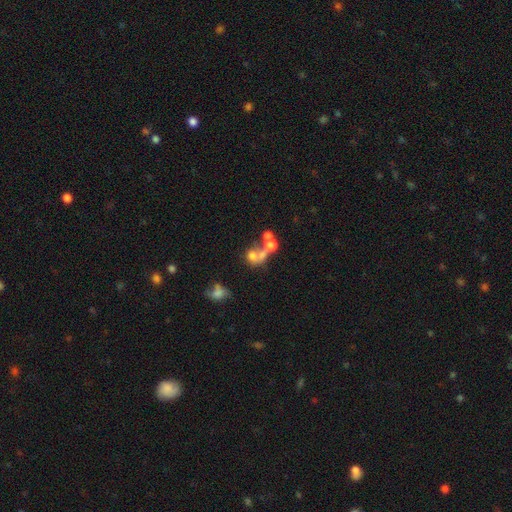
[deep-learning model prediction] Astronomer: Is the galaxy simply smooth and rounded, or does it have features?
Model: smooth — 54% (runner-up: featured or disk, 29%).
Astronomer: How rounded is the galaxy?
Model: round — 62%.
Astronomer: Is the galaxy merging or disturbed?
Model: merger — 57%.